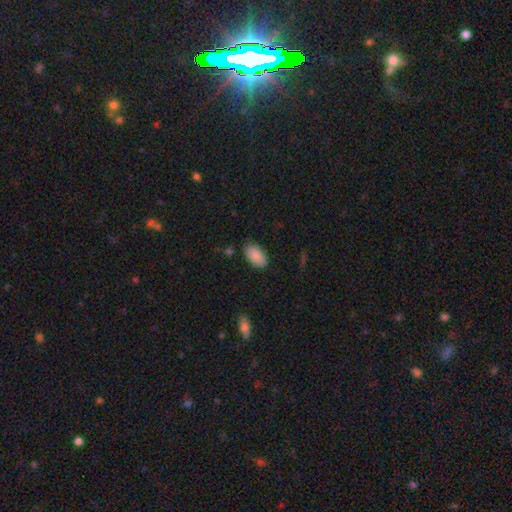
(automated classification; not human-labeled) Smooth or featured? Predicted: smooth (p=0.89). How rounded? Predicted: in between (p=0.94). Merging? Predicted: none (p=0.84).